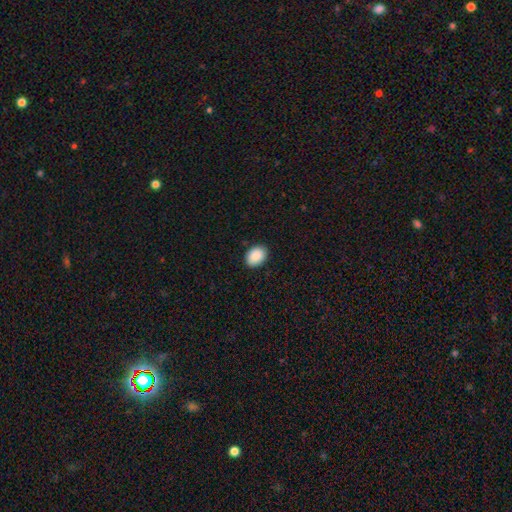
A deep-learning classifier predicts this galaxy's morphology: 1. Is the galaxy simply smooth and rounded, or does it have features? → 90% smooth, 7% star or artifact, 3% featured or disk.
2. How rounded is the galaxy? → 78% in between, 21% round, 1% cigar-shaped.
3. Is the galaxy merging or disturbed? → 88% none, 9% minor disturbance, 2% major disturbance, 1% merger.